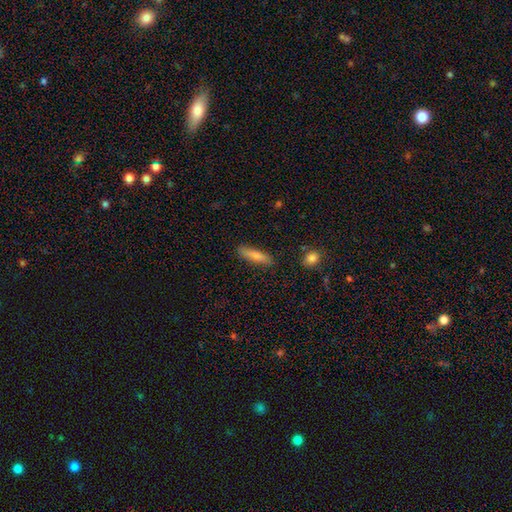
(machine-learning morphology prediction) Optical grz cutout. It shows a smooth galaxy with no disk features (78%) that is cigar-shaped (74%). Merging: none (85%).